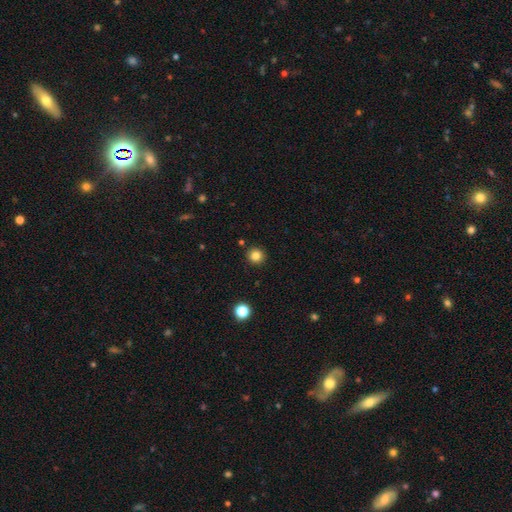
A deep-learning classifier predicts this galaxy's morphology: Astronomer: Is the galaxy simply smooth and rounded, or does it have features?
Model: smooth — 83%.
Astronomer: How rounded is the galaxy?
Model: round — 93%.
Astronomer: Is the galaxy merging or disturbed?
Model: none — 91%.